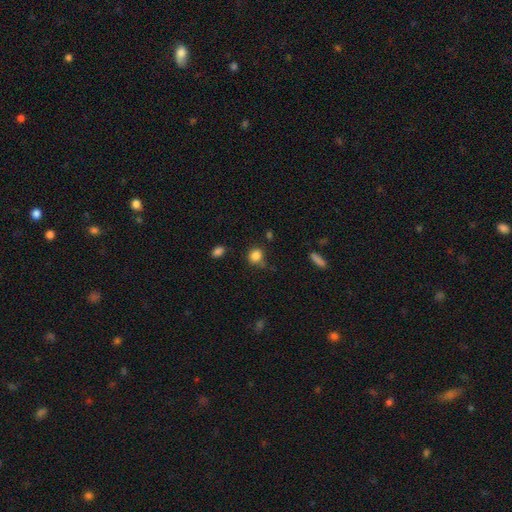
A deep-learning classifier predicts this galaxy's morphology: Smooth or featured?
  - smooth: 84% *
  - star or artifact: 11%
  - featured or disk: 5%
How rounded?
  - round: 78% *
  - in between: 21%
  - cigar-shaped: 1%
Merging?
  - none: 67% *
  - minor disturbance: 21%
  - major disturbance: 7%
  - merger: 5%